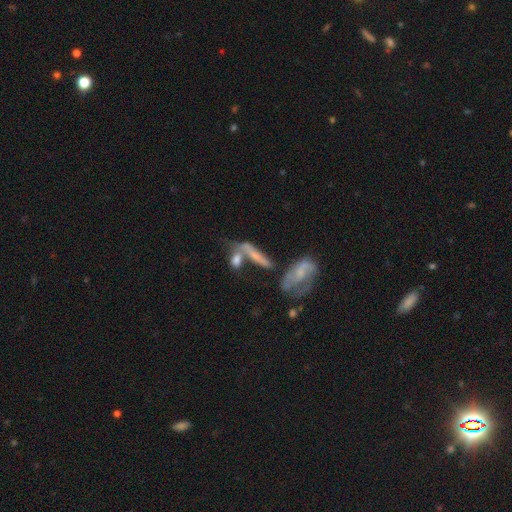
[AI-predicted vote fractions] Overall: featured or disk (44%, tied with smooth). Merging: merger (38%; none 35%).